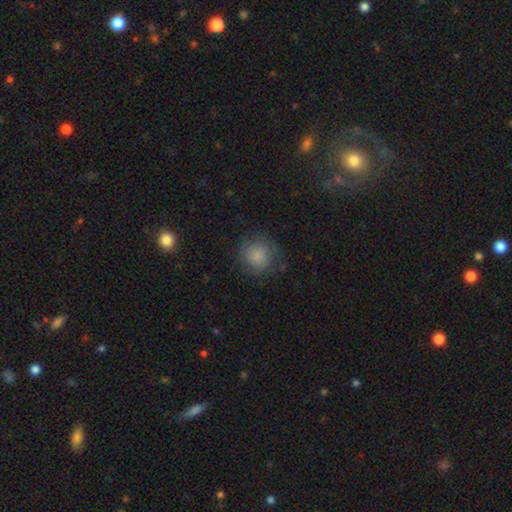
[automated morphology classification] Smooth or featured? Predicted: smooth (p=0.81). How rounded? Predicted: round (p=0.88). Merging? Predicted: none (p=0.75).